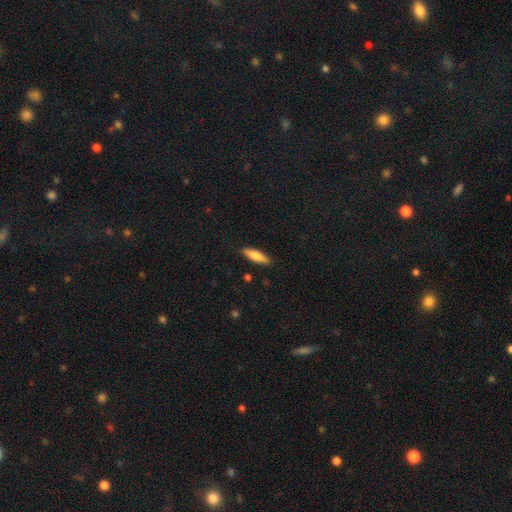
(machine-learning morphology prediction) smooth_or_featured: smooth (p=0.76) [alt: featured or disk p=0.19]
how_rounded: cigar-shaped (p=0.66) [alt: in between p=0.32]
merging: none (p=0.88) [alt: minor disturbance p=0.09]